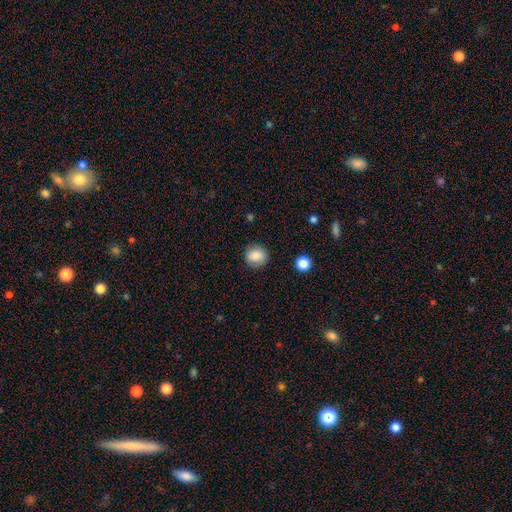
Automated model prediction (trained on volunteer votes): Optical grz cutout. It shows a smooth galaxy with no disk features (84%) that is round (85%). Merging: none (85%).